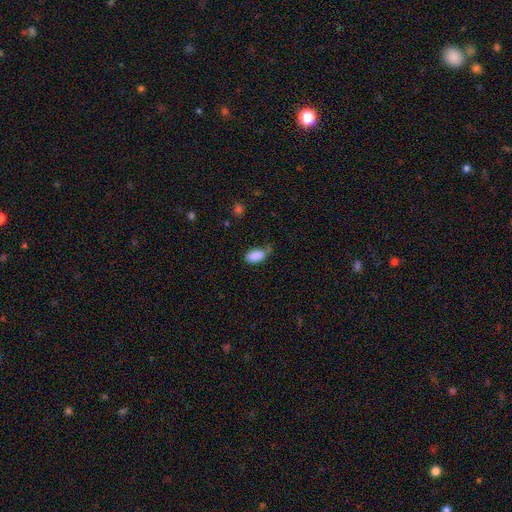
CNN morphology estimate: Smooth or featured? Predicted: smooth (p=0.88). How rounded? Predicted: in between (p=0.94). Merging? Predicted: none (p=0.59).